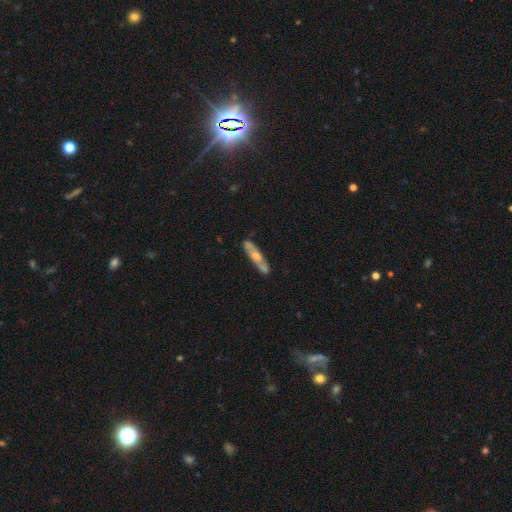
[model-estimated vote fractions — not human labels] The model was most divided on "edge-on disk": yes: 58%, no: 42%. More confident: merging — none (78%); smooth or featured — featured or disk (57%).